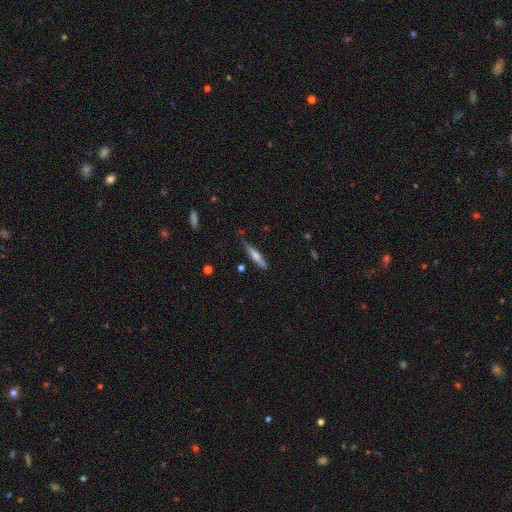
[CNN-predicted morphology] Smooth or featured?
  - smooth: 47% *
  - featured or disk: 46%
  - star or artifact: 7%
Merging?
  - none: 80% *
  - minor disturbance: 16%
  - major disturbance: 3%
  - merger: 2%